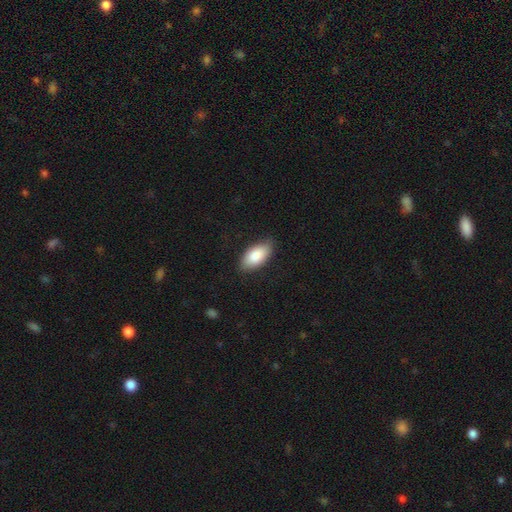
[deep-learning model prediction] A smooth galaxy with no disk features (86%) that is in between round and cigar-shaped (93%). Merging: none (83%).